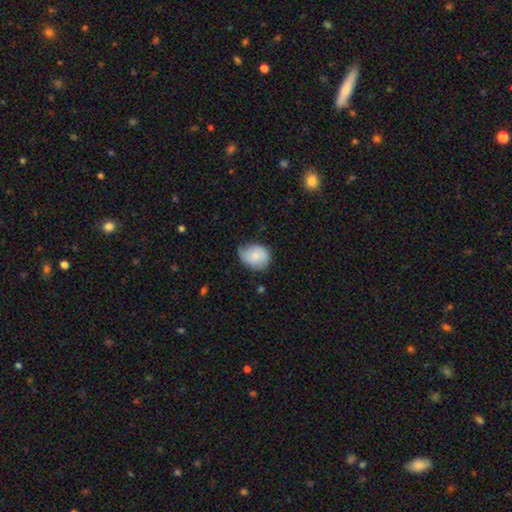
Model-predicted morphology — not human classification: smooth 72%, featured or disk 21%, star or artifact 7%. Down the decision tree: how rounded — round (50%); merging — none (48%).